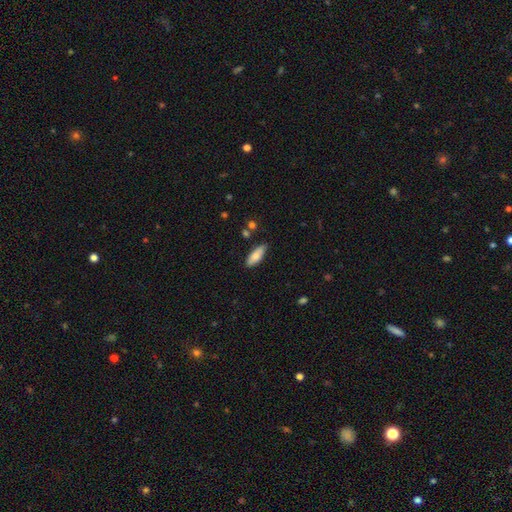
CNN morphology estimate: type=smooth (79%); roundness=in between (69%); merging=none (78%).